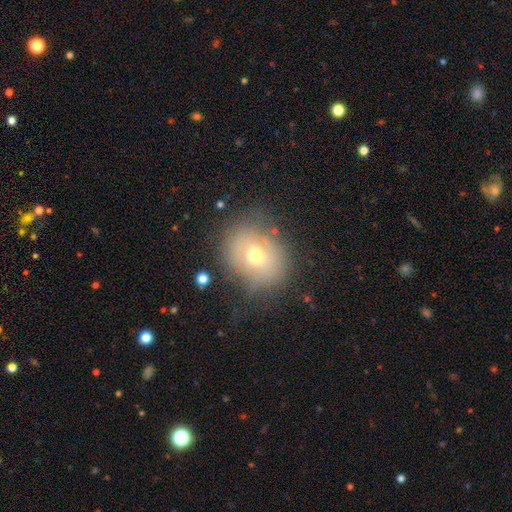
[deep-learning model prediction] Overall: smooth (59%; featured or disk 28%). How rounded: round (60%; in between 39%). Merging: none (66%).